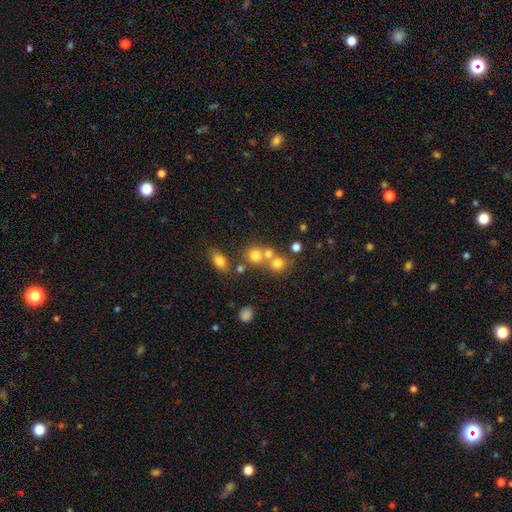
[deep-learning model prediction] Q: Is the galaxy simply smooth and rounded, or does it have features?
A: smooth — 72%.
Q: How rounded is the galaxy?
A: round — 83%.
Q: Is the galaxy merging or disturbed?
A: none — 47%.